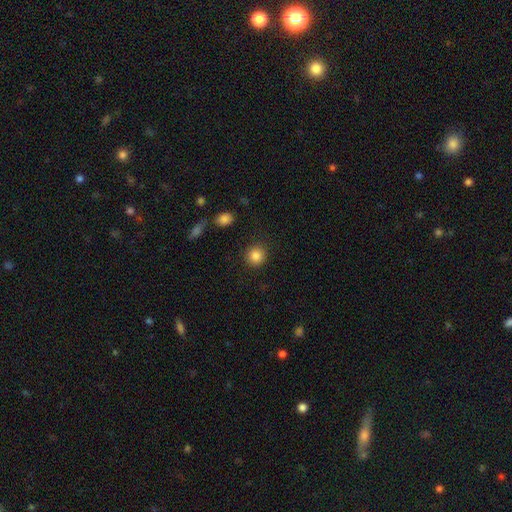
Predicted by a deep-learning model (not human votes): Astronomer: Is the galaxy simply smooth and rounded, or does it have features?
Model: smooth — 86%.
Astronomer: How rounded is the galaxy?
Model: round — 90%.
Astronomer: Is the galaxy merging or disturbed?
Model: none — 89%.